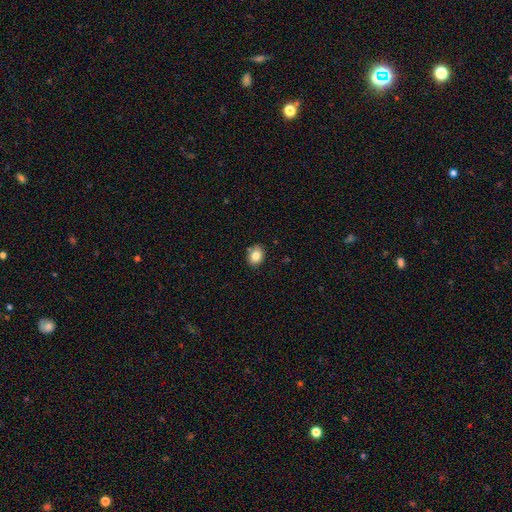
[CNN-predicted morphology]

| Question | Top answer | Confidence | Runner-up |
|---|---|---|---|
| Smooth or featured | smooth | 82% | star or artifact (9%) |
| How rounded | in between | 54% | round (45%) |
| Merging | none | 83% | minor disturbance (12%) |